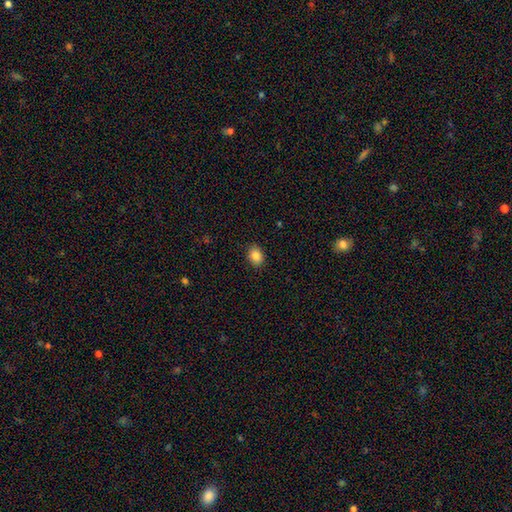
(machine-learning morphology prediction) A smooth galaxy with no disk features (86%) that is in between round and cigar-shaped (70%). Merging: none (88%).